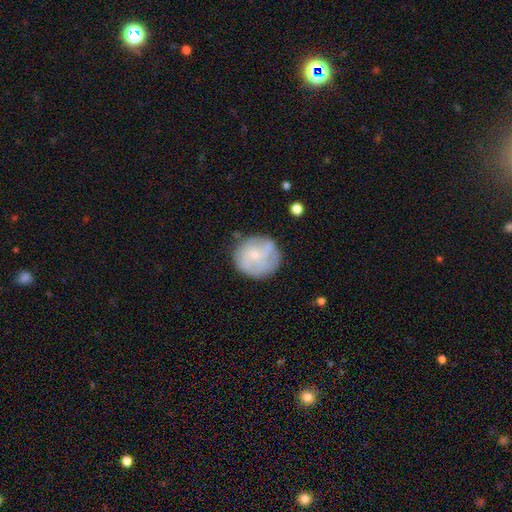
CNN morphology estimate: Smooth or featured: smooth — 48% (featured or disk — 44%)
Merging: none — 70% (minor disturbance — 20%)